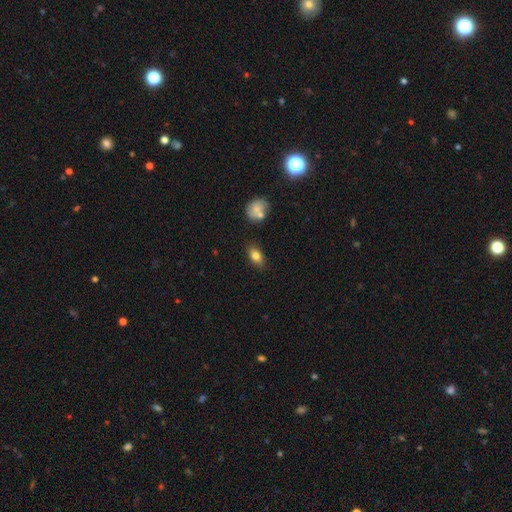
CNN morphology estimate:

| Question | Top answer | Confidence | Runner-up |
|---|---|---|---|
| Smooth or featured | smooth | 82% | featured or disk (10%) |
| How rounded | in between | 86% | round (11%) |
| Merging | none | 83% | minor disturbance (11%) |